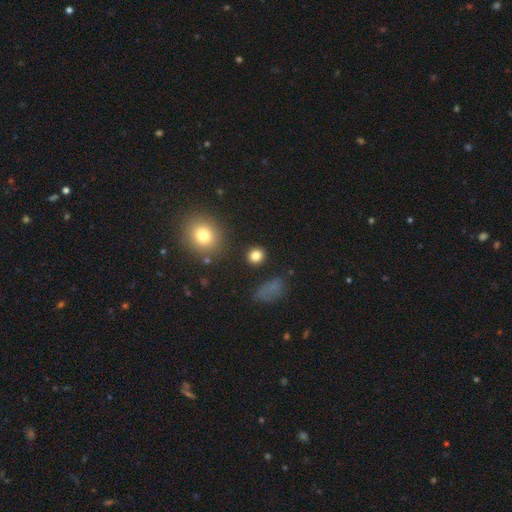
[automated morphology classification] Smooth or featured? smooth (82%)
How rounded? round (86%)
Merging? none (88%)